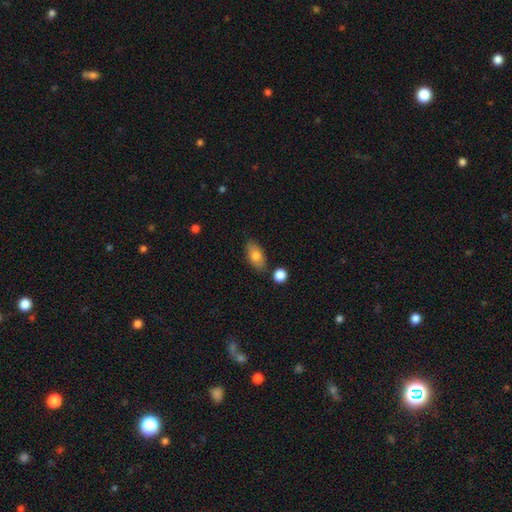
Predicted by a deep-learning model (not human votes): A smooth galaxy with no disk features (78%) that is in between round and cigar-shaped (89%).

Vote fractions:
- Smooth or featured? smooth: 78% / featured or disk: 15% / star or artifact: 7%
- How rounded? in between: 89% / round: 6% / cigar-shaped: 5%
- Merging? none: 80% / minor disturbance: 13% / merger: 5% / major disturbance: 3%